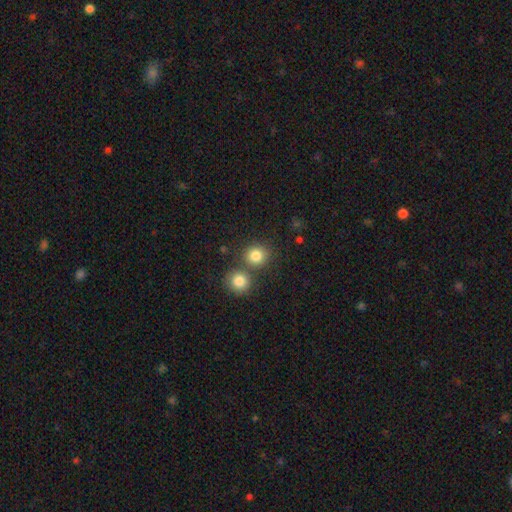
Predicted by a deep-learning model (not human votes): smooth_or_featured: smooth (p=0.83) [alt: star or artifact p=0.11]
how_rounded: round (p=0.84) [alt: in between p=0.15]
merging: none (p=0.65) [alt: merger p=0.24]